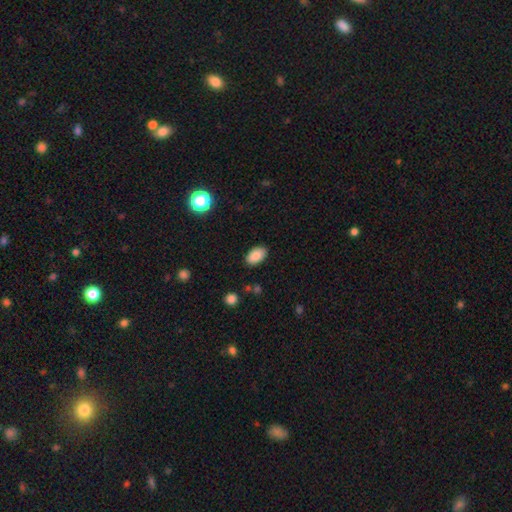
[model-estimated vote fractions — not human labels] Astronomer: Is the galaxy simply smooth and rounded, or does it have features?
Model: smooth — 86%.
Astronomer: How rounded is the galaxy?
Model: in between — 92%.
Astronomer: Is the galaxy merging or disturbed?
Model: none — 87%.